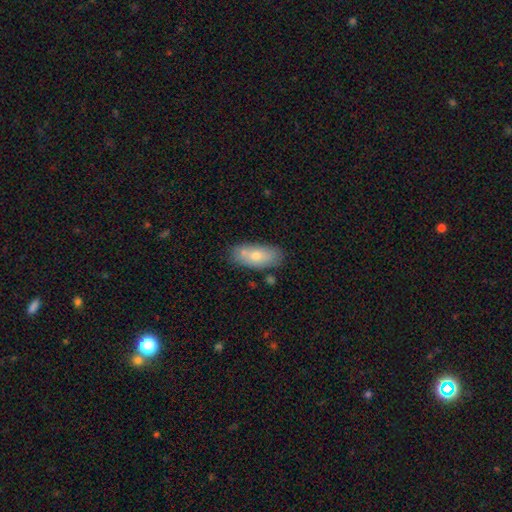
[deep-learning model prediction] Morphology: type=smooth (71%); roundness=in between (88%); merging=none (70%).